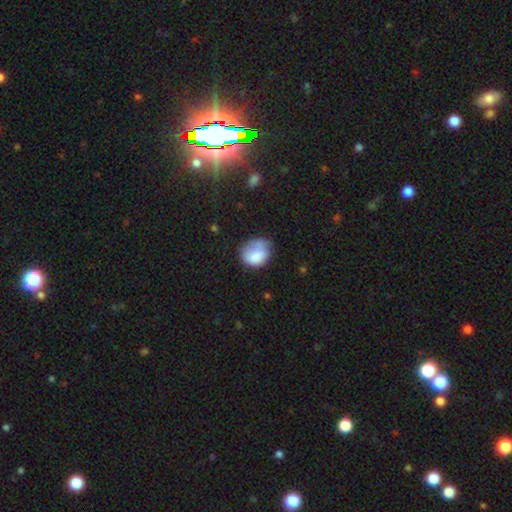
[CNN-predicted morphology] Overall: smooth (79%). How rounded: round (53%; in between 46%). Merging: none (49%; minor disturbance 32%).